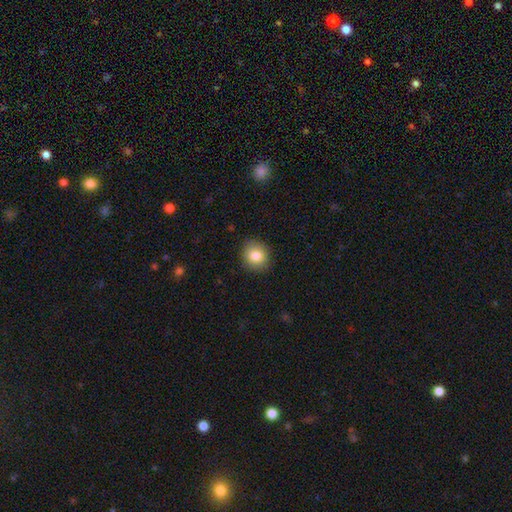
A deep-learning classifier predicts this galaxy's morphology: The model was most divided on "how rounded": round: 74%, in between: 25%, cigar-shaped: 1%. More confident: merging — none (88%); smooth or featured — smooth (84%).